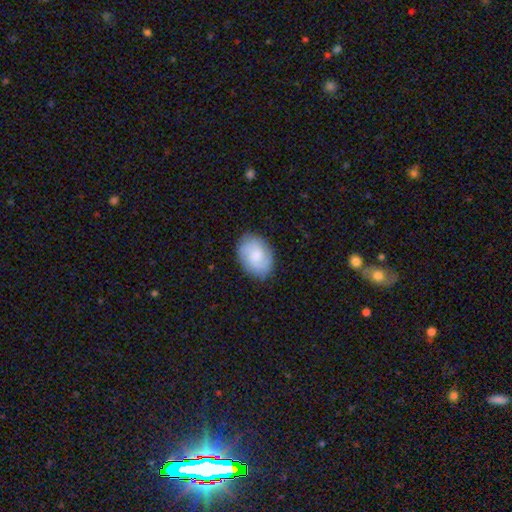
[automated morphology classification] A smooth galaxy with no disk features (59%) that is in between round and cigar-shaped (79%).

Vote fractions:
- Smooth or featured? smooth: 59% / featured or disk: 34% / star or artifact: 7%
- How rounded? in between: 79% / round: 19% / cigar-shaped: 1%
- Merging? none: 83% / minor disturbance: 13% / major disturbance: 3% / merger: 1%